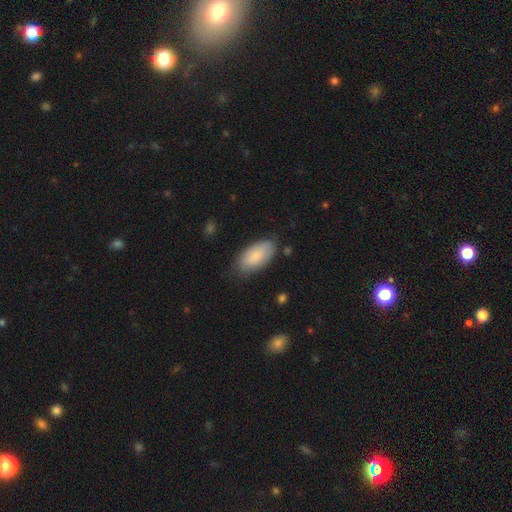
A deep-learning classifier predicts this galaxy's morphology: Smooth or featured? Predicted: smooth (p=0.83). How rounded? Predicted: in between (p=0.94). Merging? Predicted: none (p=0.75).